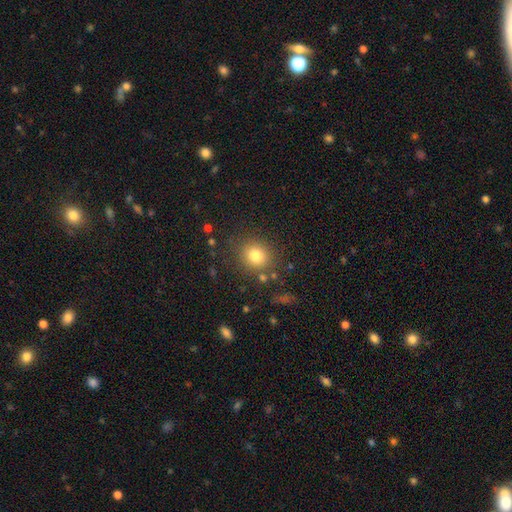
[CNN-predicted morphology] type=smooth (80%); roundness=round (80%); merging=none (83%).